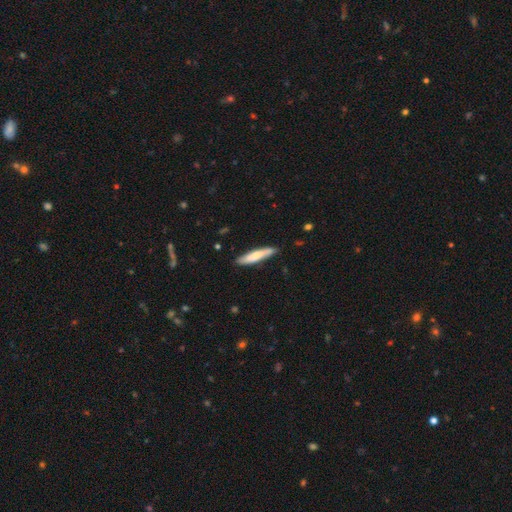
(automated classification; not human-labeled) Smooth or featured: smooth — 68% (featured or disk — 27%)
How rounded: cigar-shaped — 87% (in between — 12%)
Merging: none — 84% (minor disturbance — 13%)